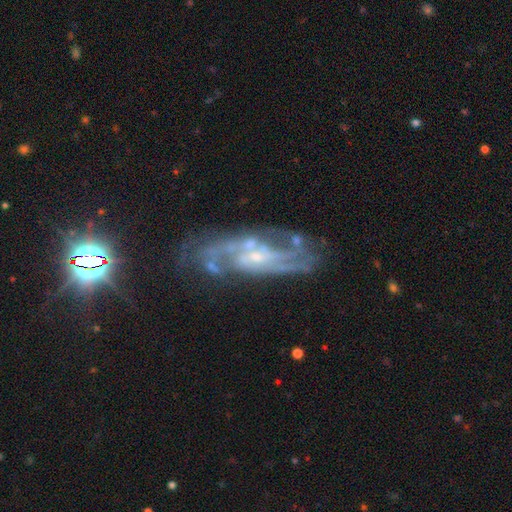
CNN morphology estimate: Smooth or featured?
  - featured or disk: 83% *
  - star or artifact: 9%
  - smooth: 8%
Edge-on disk?
  - no: 89% *
  - yes: 11%
Bar?
  - no: 53% *
  - weak: 37%
  - strong: 10%
Spiral arms?
  - yes: 90% *
  - no: 10%
Spiral winding?
  - medium: 46% *
  - tight: 35%
  - loose: 20%
Spiral arm count?
  - 2: 40% *
  - can't tell: 32%
  - 3: 13%
  - 4: 6%
  - 1: 5%
  - more than 4: 4%
Bulge size?
  - small: 68% *
  - moderate: 19%
  - none: 10%
  - large: 1%
  - dominant: 1%
Merging?
  - none: 63% *
  - minor disturbance: 19%
  - major disturbance: 12%
  - merger: 5%